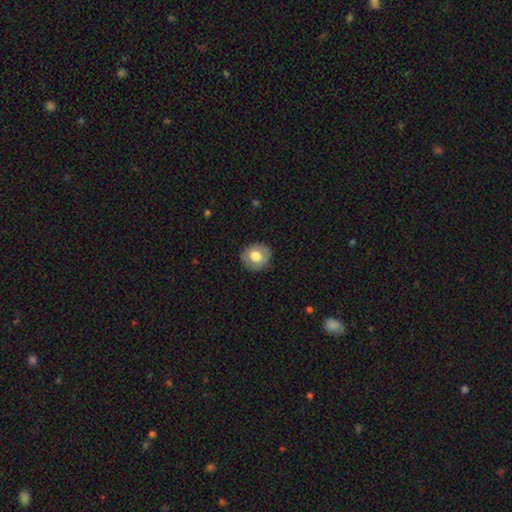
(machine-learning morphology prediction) This is likely a smooth galaxy (74%). How rounded: likely round (76%). Merging: clearly none (86%).